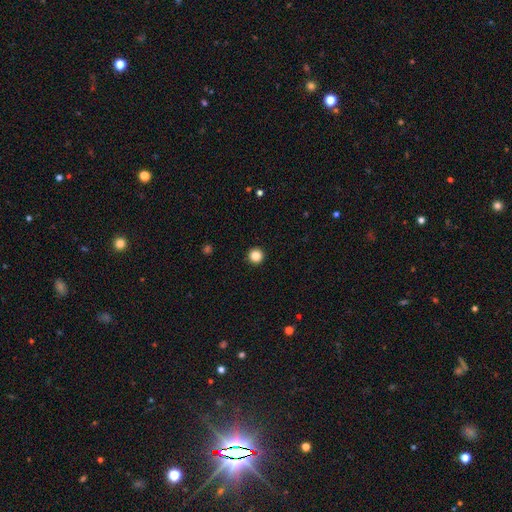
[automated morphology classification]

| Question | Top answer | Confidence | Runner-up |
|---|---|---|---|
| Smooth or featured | smooth | 86% | star or artifact (11%) |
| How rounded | round | 97% | in between (2%) |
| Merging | none | 94% | minor disturbance (4%) |